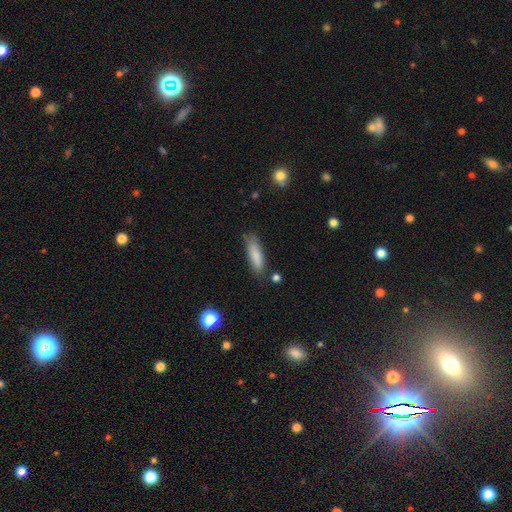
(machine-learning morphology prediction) Overall: smooth (84%). How rounded: cigar-shaped (56%; in between 42%). Merging: none (74%).